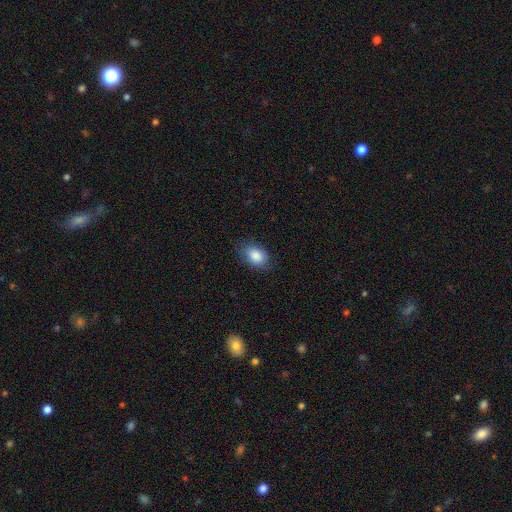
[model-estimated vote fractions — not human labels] Smooth or featured: smooth — 85% (featured or disk — 8%)
How rounded: in between — 83% (round — 15%)
Merging: none — 77% (minor disturbance — 17%)